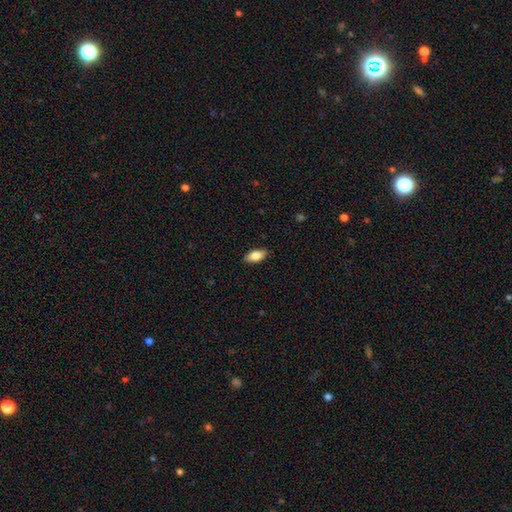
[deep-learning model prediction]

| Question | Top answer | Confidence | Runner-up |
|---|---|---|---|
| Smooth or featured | smooth | 81% | featured or disk (12%) |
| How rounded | in between | 88% | cigar-shaped (9%) |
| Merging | none | 88% | minor disturbance (9%) |